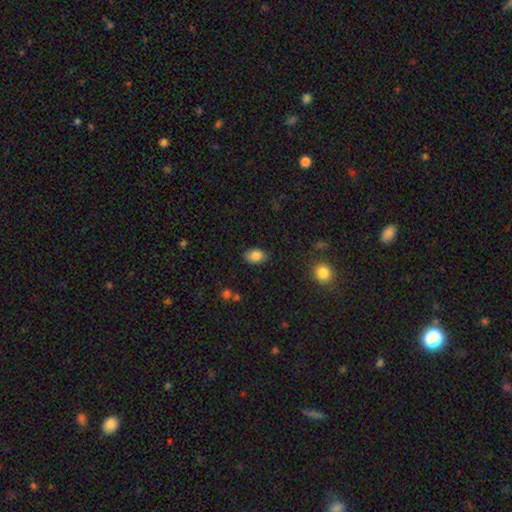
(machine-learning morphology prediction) The model was most divided on "how rounded": in between: 82%, round: 17%, cigar-shaped: 1%. More confident: smooth or featured — smooth (85%); merging — none (84%).